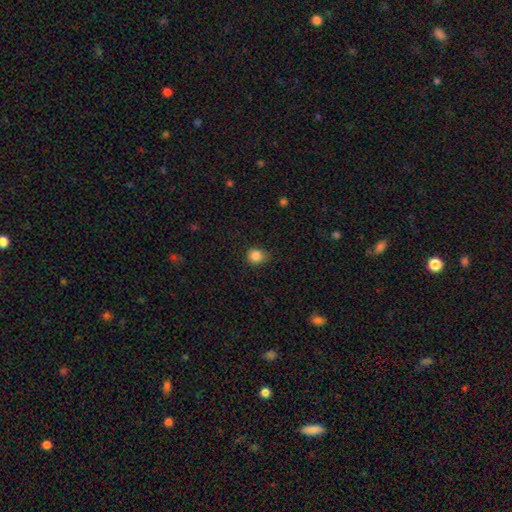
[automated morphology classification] smooth_or_featured: smooth (p=0.86) [alt: star or artifact p=0.11]
how_rounded: round (p=0.81) [alt: in between p=0.18]
merging: none (p=0.77) [alt: minor disturbance p=0.19]